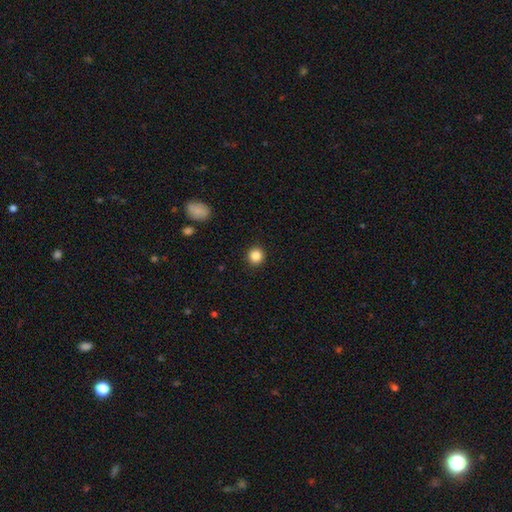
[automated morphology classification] A smooth galaxy with no disk features (86%) that is round (93%).

Vote fractions:
- Smooth or featured? smooth: 86% / star or artifact: 11% / featured or disk: 4%
- How rounded? round: 93% / in between: 6% / cigar-shaped: 1%
- Merging? none: 93% / minor disturbance: 5% / major disturbance: 2% / merger: 1%